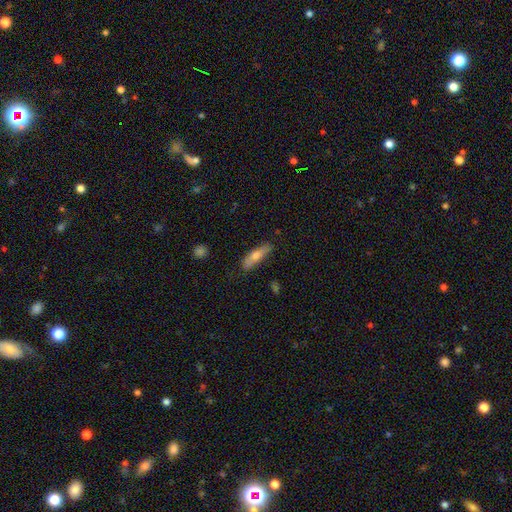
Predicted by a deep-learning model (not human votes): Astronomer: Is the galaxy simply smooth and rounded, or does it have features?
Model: smooth — 60%.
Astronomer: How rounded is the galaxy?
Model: cigar-shaped — 69%.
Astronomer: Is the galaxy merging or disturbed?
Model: none — 82%.